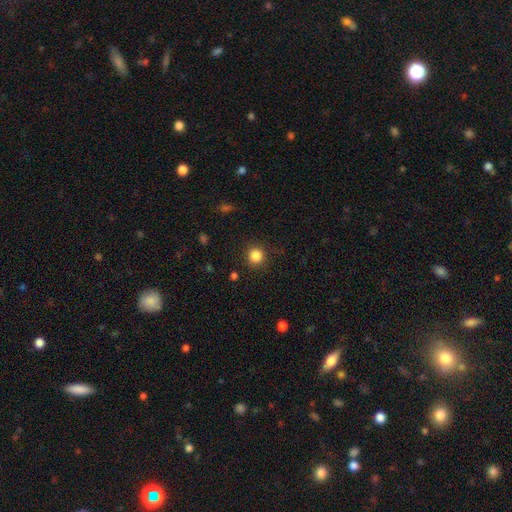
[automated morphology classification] This appears to be a smooth galaxy with no disk features (86%) that is round (92%). Merging: none (88%).